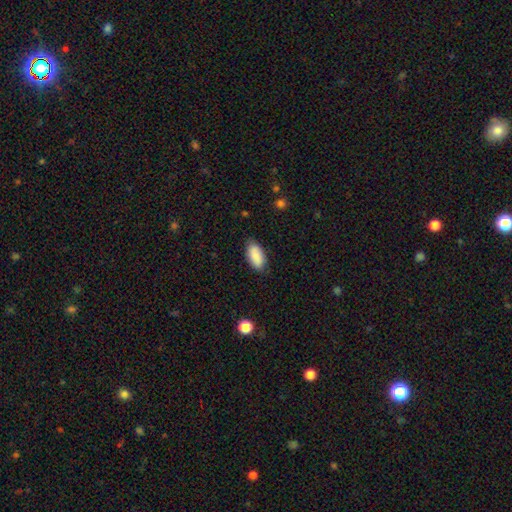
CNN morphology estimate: The model was most divided on "merging": none: 82%, minor disturbance: 14%, major disturbance: 3%, merger: 1%. More confident: how rounded — in between (93%); smooth or featured — smooth (87%).